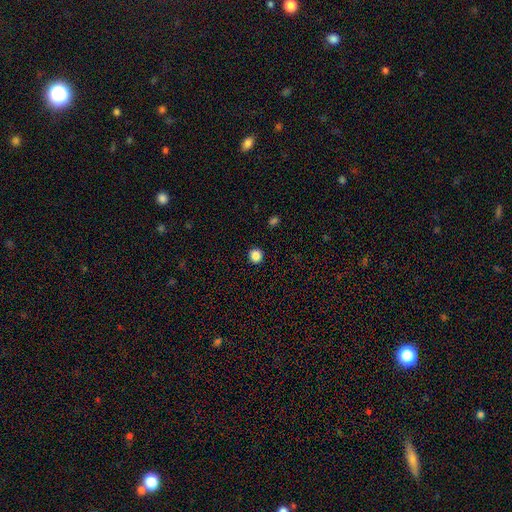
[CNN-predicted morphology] Smooth or featured? smooth (86%)
How rounded? round (91%)
Merging? none (92%)